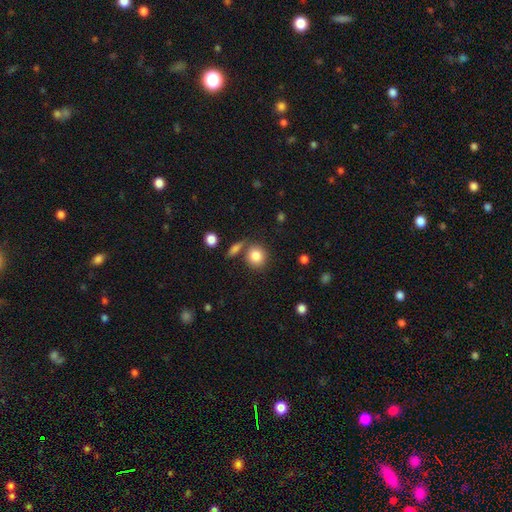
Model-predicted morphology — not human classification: Smooth or featured? Predicted: smooth (p=0.84). How rounded? Predicted: round (p=0.79). Merging? Predicted: none (p=0.70).